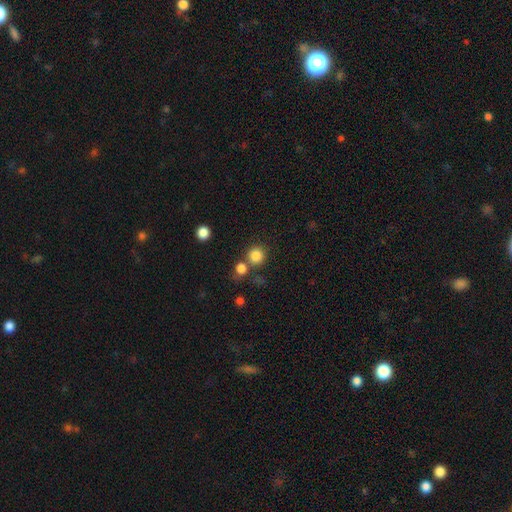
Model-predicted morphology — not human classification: Smooth or featured? Predicted: smooth (p=0.83). How rounded? Predicted: round (p=0.92). Merging? Predicted: none (p=0.70).